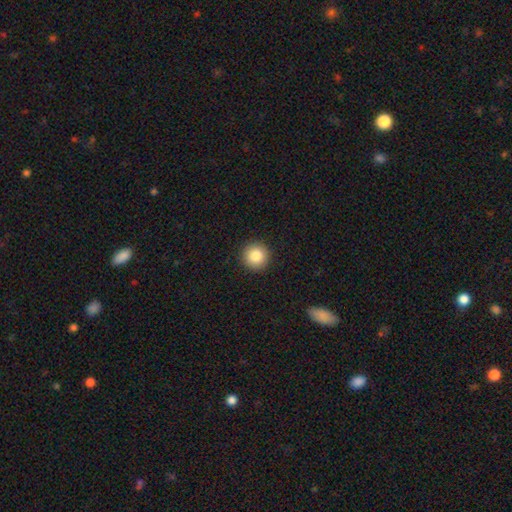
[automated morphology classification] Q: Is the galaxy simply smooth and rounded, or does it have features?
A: smooth — 83%.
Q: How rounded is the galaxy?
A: round — 95%.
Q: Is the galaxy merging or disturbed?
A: none — 93%.